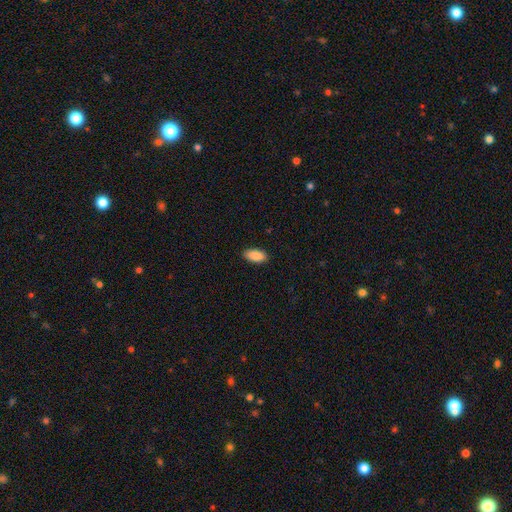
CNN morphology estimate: Smooth or featured: smooth — 90% (star or artifact — 6%)
How rounded: in between — 92% (cigar-shaped — 5%)
Merging: none — 89% (minor disturbance — 8%)